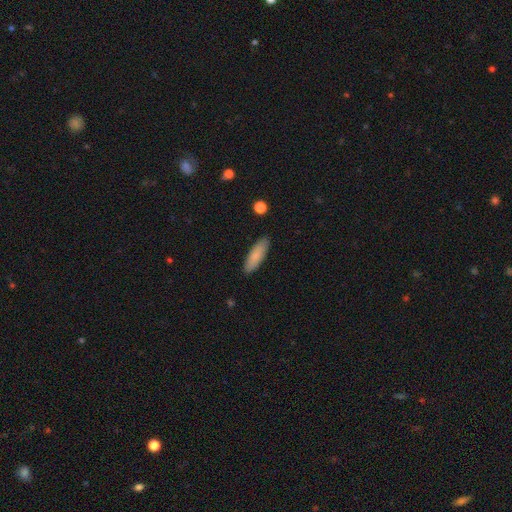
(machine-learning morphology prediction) A smooth galaxy with no disk features (83%) that is in between round and cigar-shaped (49%, tied with cigar-shaped). Merging: none (89%).